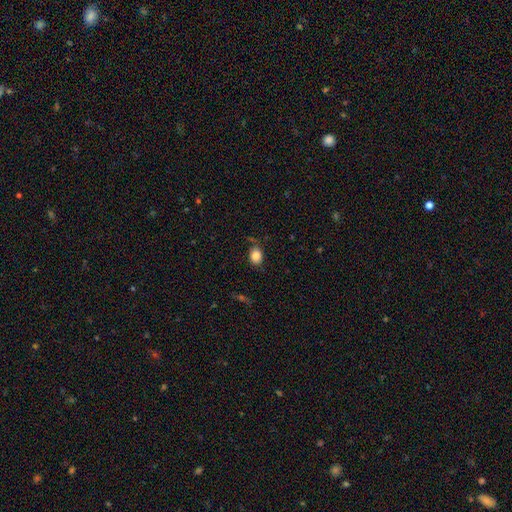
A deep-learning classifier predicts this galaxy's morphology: This appears to be a smooth galaxy with no disk features (84%) that is in between round and cigar-shaped (55%). Merging: none (73%).